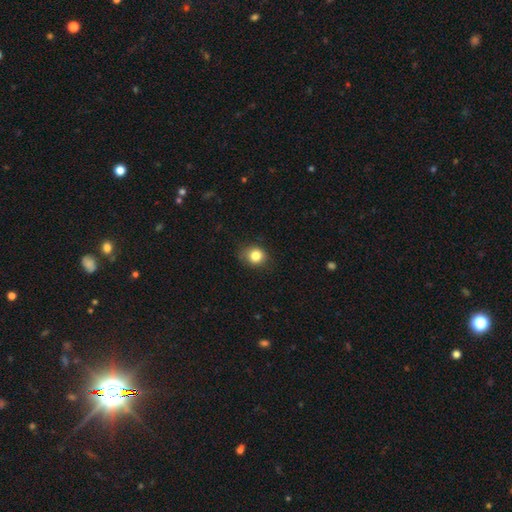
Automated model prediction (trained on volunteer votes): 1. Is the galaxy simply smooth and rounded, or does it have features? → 83% smooth, 11% star or artifact, 7% featured or disk.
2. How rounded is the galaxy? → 71% round, 28% in between, 1% cigar-shaped.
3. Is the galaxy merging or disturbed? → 78% none, 17% minor disturbance, 4% major disturbance, 1% merger.